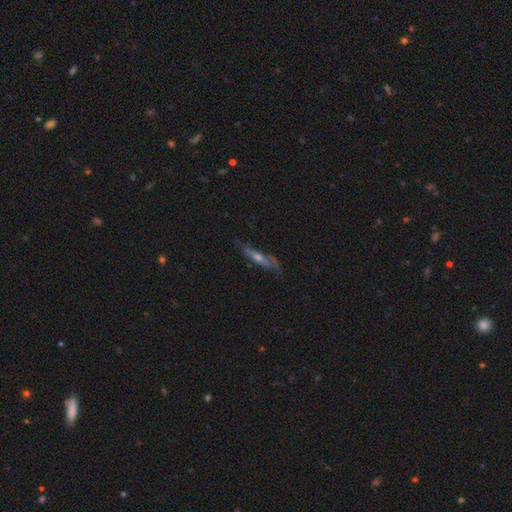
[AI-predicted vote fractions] The model was most divided on "edge-on disk": yes: 63%, no: 37%. More confident: merging — none (72%); smooth or featured — featured or disk (63%).